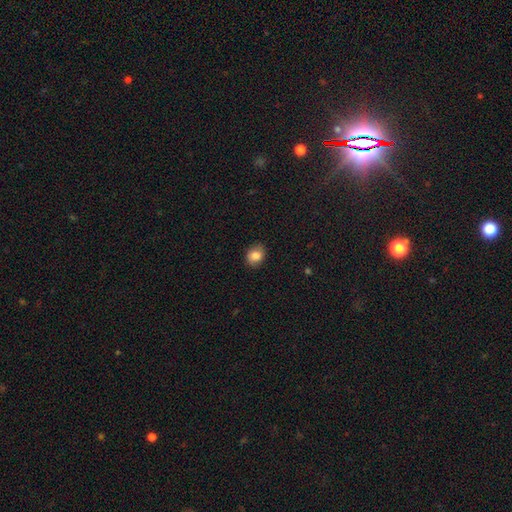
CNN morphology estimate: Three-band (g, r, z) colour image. It shows a smooth galaxy with no disk features (84%) that is round (54%). Merging: none (85%).